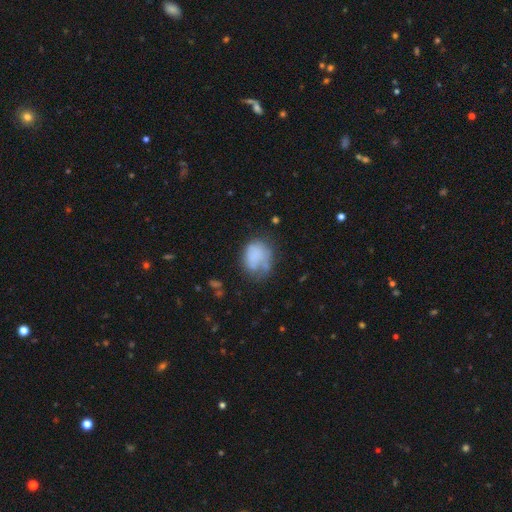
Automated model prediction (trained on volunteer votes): Q: Smooth or featured?
A: smooth (68%); runner-up: featured or disk (23%)
Q: How rounded?
A: in between (51%); runner-up: round (48%)
Q: Merging?
A: none (40%); runner-up: minor disturbance (29%)